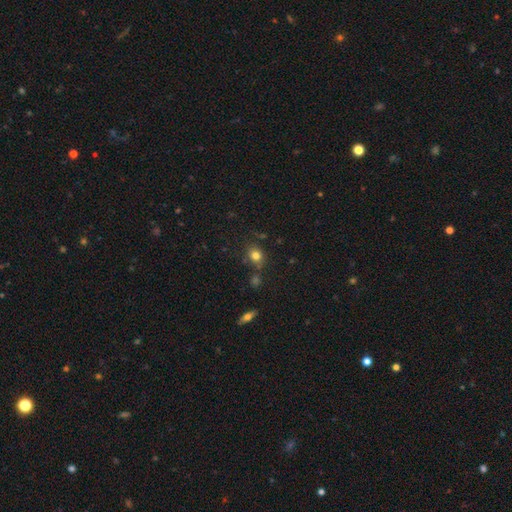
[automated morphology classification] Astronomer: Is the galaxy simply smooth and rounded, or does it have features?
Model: smooth — 78%.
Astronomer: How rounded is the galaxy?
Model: round — 64%.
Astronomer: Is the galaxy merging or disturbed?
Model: none — 72%.